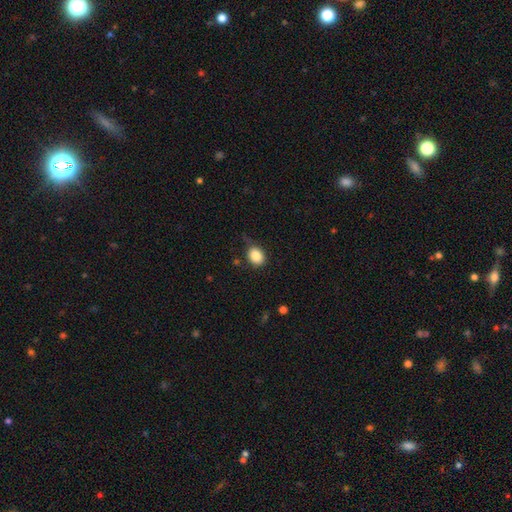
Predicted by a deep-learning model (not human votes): Smooth or featured? Predicted: smooth (p=0.85). How rounded? Predicted: in between (p=0.51). Merging? Predicted: none (p=0.64).